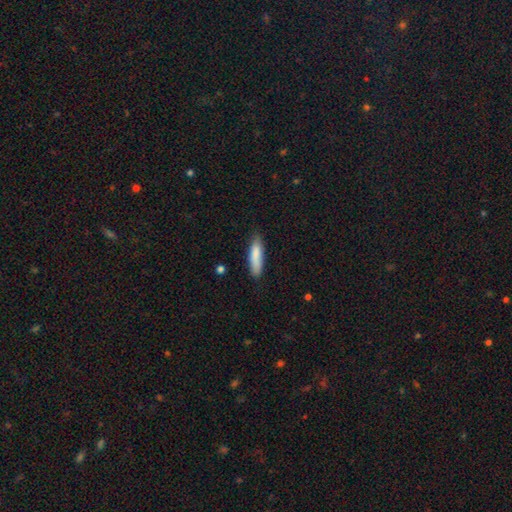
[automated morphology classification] A smooth galaxy with no disk features (84%) that is cigar-shaped (68%). Merging: none (80%).